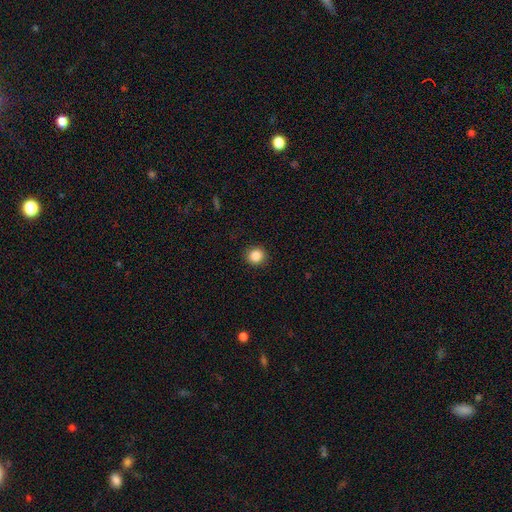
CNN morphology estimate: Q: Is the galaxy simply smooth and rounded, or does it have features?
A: smooth — 86%.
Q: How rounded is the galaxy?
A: round — 92%.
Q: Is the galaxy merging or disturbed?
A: none — 92%.